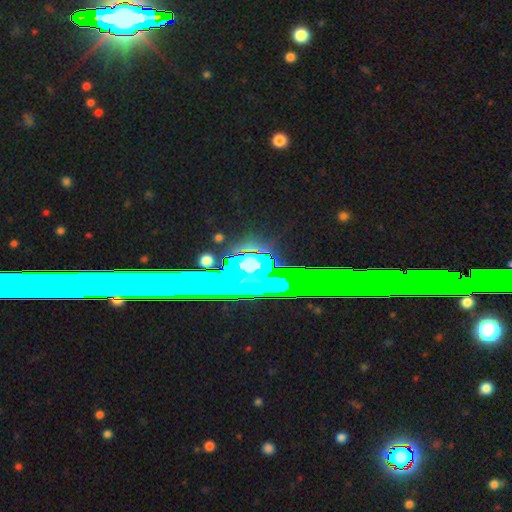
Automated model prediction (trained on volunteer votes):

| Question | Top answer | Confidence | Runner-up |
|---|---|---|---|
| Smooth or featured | star or artifact | 50% | featured or disk (36%) |